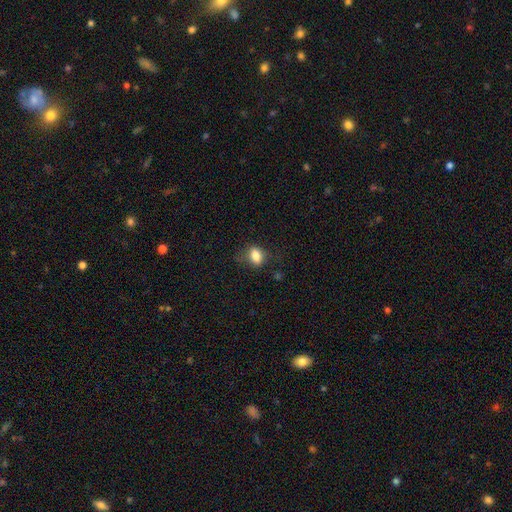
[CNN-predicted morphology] A smooth galaxy with no disk features (81%) that is in between round and cigar-shaped (78%).

Vote fractions:
- Smooth or featured? smooth: 81% / star or artifact: 9% / featured or disk: 9%
- How rounded? in between: 78% / round: 19% / cigar-shaped: 3%
- Merging? none: 69% / minor disturbance: 21% / major disturbance: 8% / merger: 2%